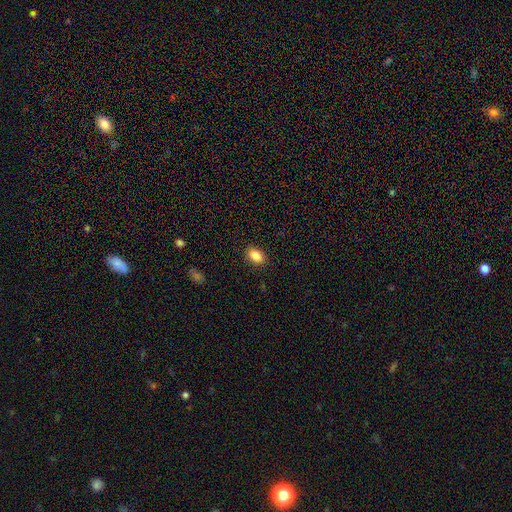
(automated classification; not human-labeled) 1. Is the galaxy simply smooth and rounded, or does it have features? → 87% smooth, 8% star or artifact, 5% featured or disk.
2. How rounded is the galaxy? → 89% in between, 9% round, 2% cigar-shaped.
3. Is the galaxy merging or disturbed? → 89% none, 8% minor disturbance, 2% major disturbance, 1% merger.